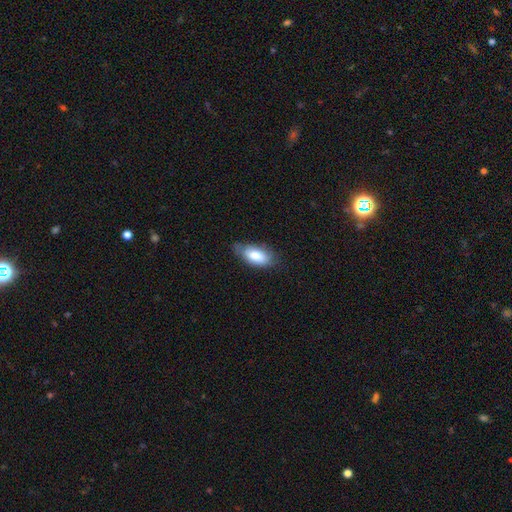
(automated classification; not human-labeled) smooth 79%, featured or disk 14%, star or artifact 6%. Down the decision tree: how rounded — in between (91%); merging — none (62%).